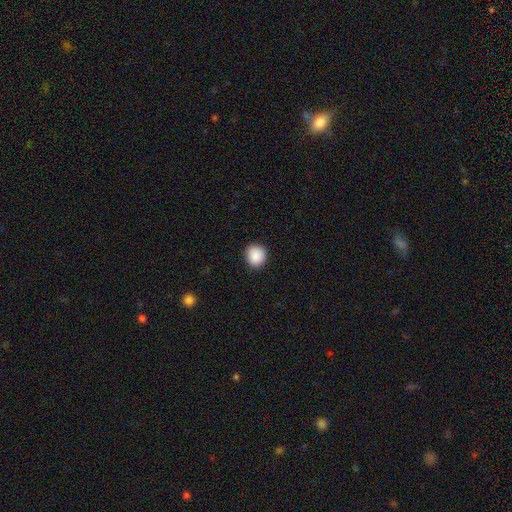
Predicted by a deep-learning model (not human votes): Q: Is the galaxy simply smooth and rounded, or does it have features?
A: smooth — 89%.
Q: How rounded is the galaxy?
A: round — 89%.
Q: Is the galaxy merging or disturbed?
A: none — 91%.